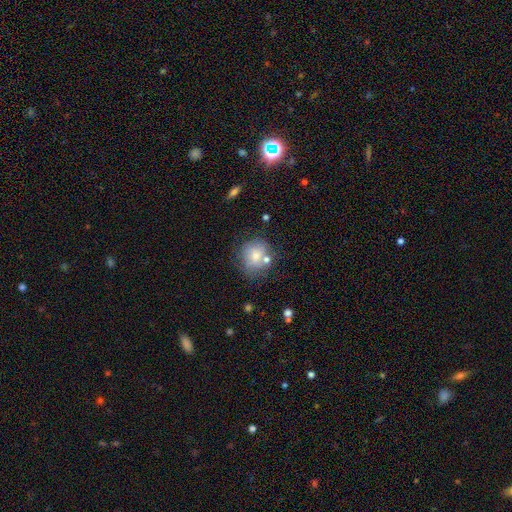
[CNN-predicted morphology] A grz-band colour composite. It shows a smooth galaxy with no disk features (69%) that is round (80%). Merging: none (57%).